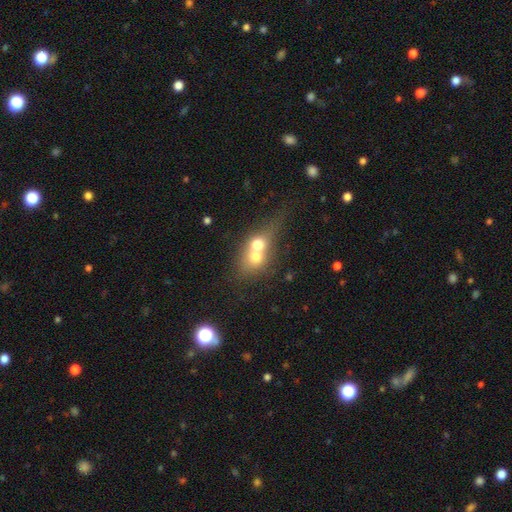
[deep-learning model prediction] This is possibly a smooth galaxy (60%). How rounded: possibly round (53%). Merging: likely merger (72%).